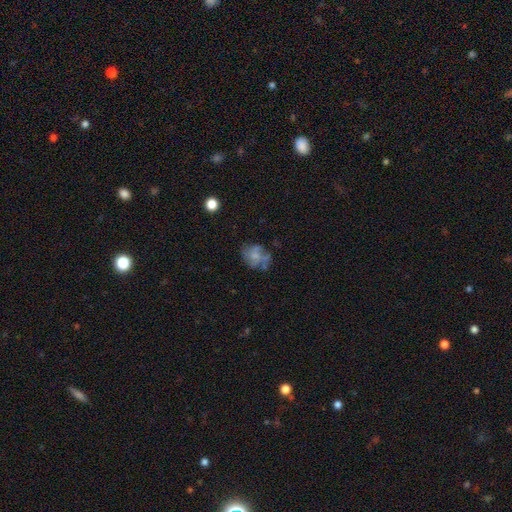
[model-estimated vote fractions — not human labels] Morphology: type=featured or disk (55%); edge-on=no (98%); bar=no (80%); spiral arms=yes (52%); bulge=none (49%); merging=none (54%).